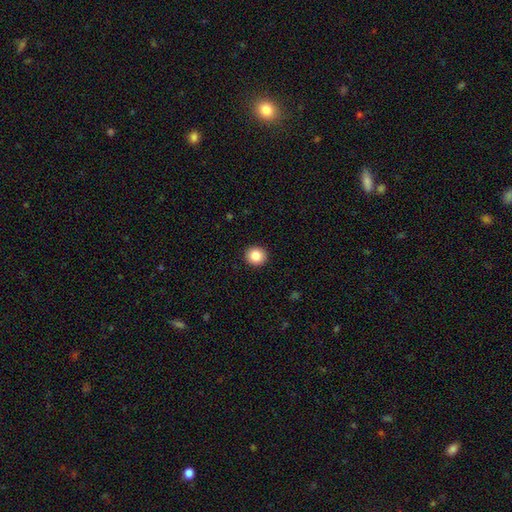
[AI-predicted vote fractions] Smooth or featured? Predicted: smooth (p=0.86). How rounded? Predicted: round (p=0.89). Merging? Predicted: none (p=0.92).